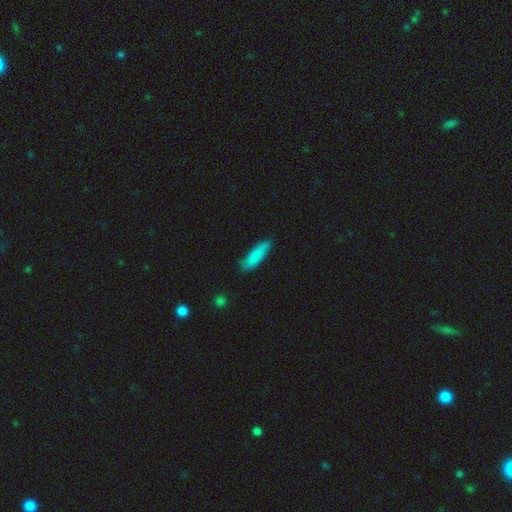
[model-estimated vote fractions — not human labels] This is clearly a smooth galaxy (85%). How rounded: likely cigar-shaped (64%). Merging: likely none (78%).